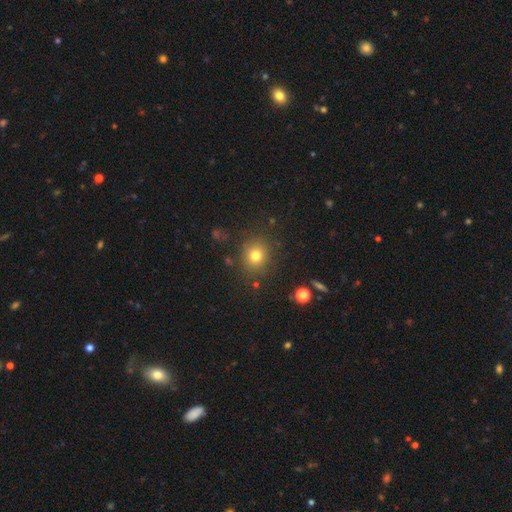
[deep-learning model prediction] Morphology: type=smooth (78%); roundness=round (83%); merging=none (84%).